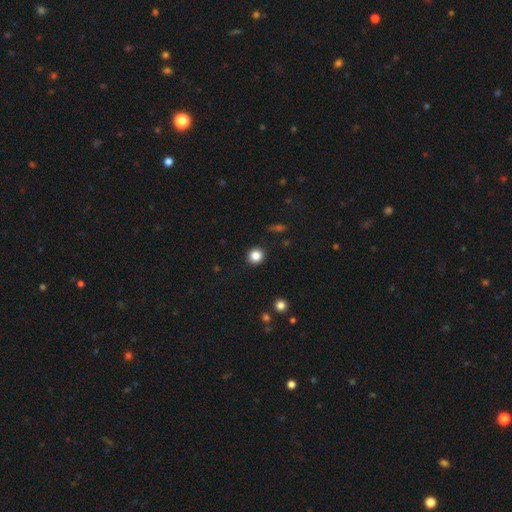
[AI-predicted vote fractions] This appears to be a smooth galaxy with no disk features (84%) that is round (90%). Merging: none (92%).